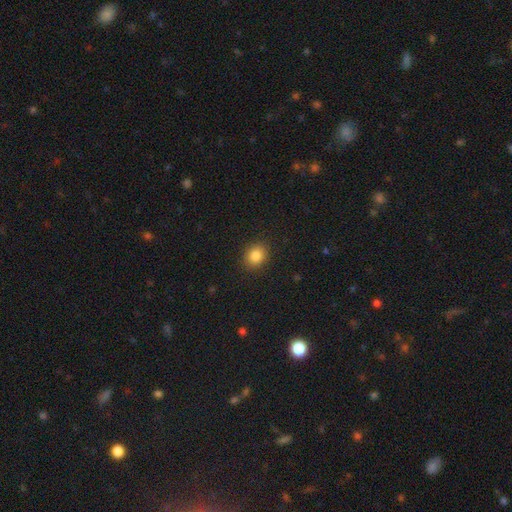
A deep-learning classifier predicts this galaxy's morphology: Q: Smooth or featured?
A: smooth (85%); runner-up: star or artifact (10%)
Q: How rounded?
A: round (63%); runner-up: in between (36%)
Q: Merging?
A: none (89%); runner-up: minor disturbance (7%)